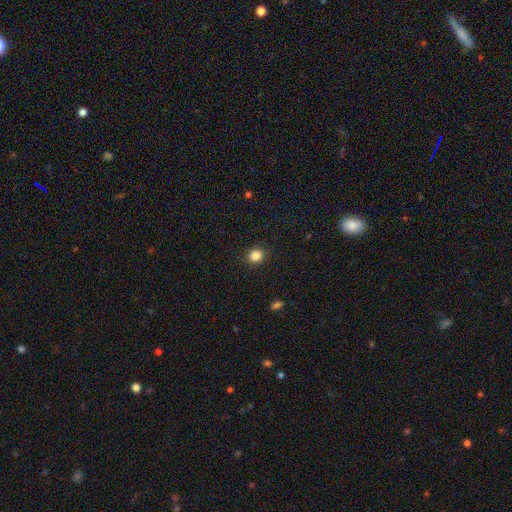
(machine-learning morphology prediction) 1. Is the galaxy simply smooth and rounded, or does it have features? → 85% smooth, 11% star or artifact, 4% featured or disk.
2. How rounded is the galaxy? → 80% round, 19% in between, 1% cigar-shaped.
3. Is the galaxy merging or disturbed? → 90% none, 7% minor disturbance, 2% major disturbance, 1% merger.